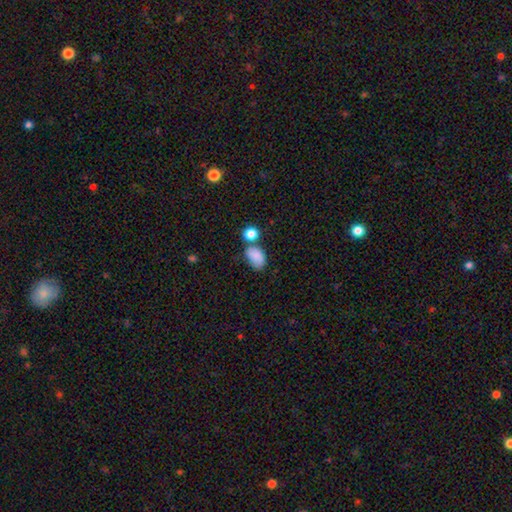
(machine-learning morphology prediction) Smooth or featured: smooth — 85% (star or artifact — 9%)
How rounded: in between — 87% (round — 12%)
Merging: none — 50% (minor disturbance — 23%)